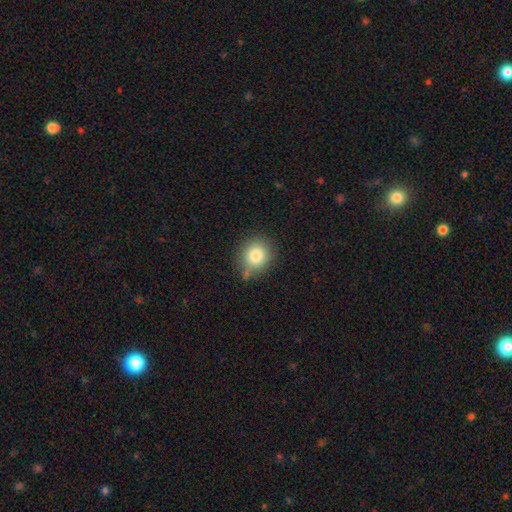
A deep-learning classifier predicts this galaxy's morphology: Q: Smooth or featured?
A: smooth (82%); runner-up: star or artifact (10%)
Q: How rounded?
A: round (85%); runner-up: in between (14%)
Q: Merging?
A: none (74%); runner-up: minor disturbance (17%)